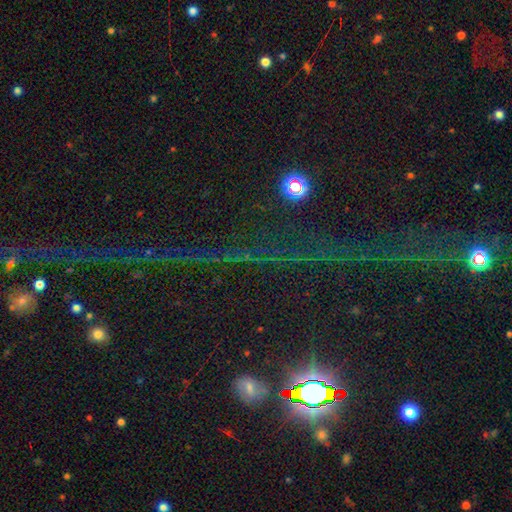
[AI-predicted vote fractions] Smooth or featured?
  - star or artifact: 78% *
  - featured or disk: 12%
  - smooth: 10%